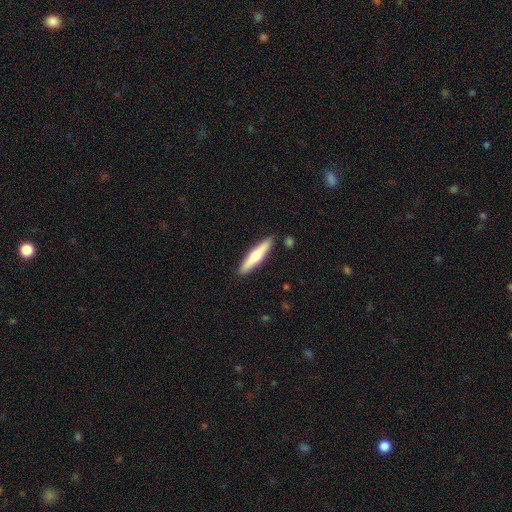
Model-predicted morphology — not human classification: This is possibly a smooth galaxy (55%). How rounded: clearly cigar-shaped (87%). Merging: clearly none (88%).